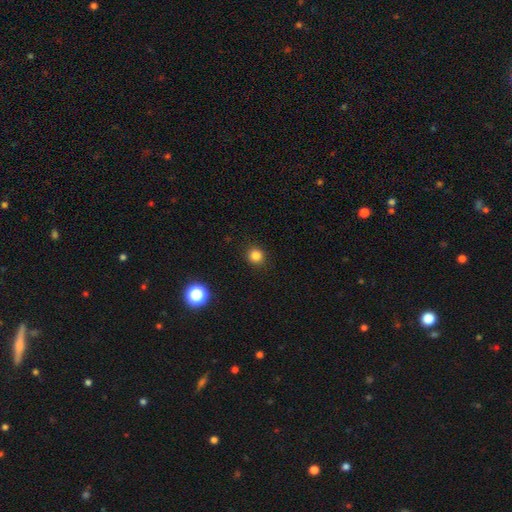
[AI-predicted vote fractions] Morphology: type=smooth (82%); roundness=round (90%); merging=none (91%).